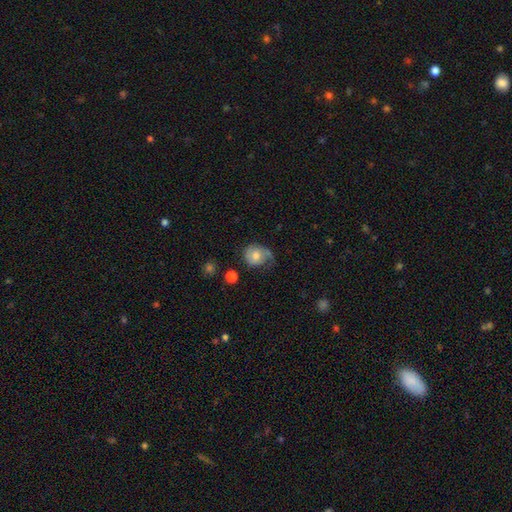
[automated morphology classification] This appears to be a smooth galaxy with no disk features (53%) that is round (62%). Merging: none (42%).